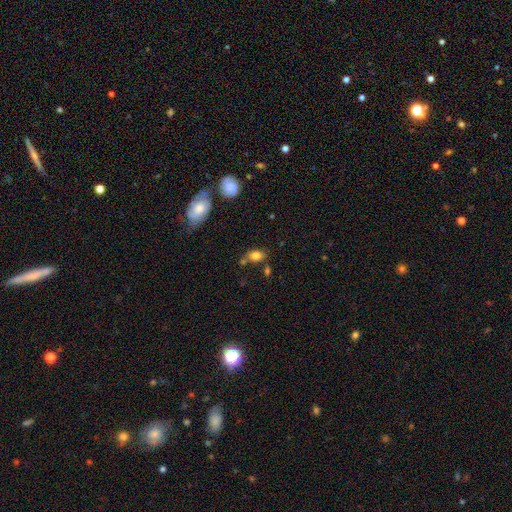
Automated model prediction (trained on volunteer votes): Smooth or featured? smooth (80%)
How rounded? in between (81%)
Merging? none (65%)